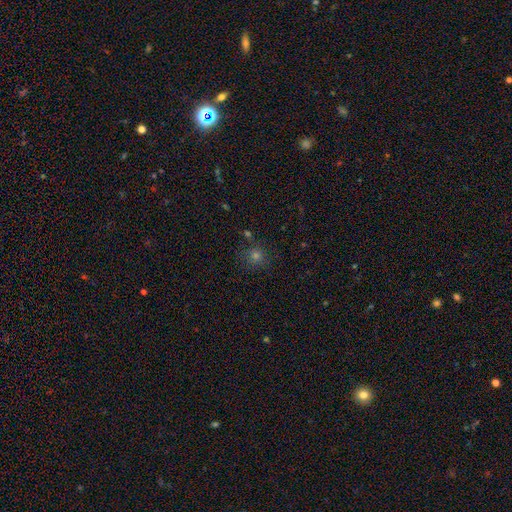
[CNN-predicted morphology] Smooth or featured: smooth — 60% (star or artifact — 31%)
How rounded: round — 90% (in between — 8%)
Merging: none — 83% (minor disturbance — 9%)